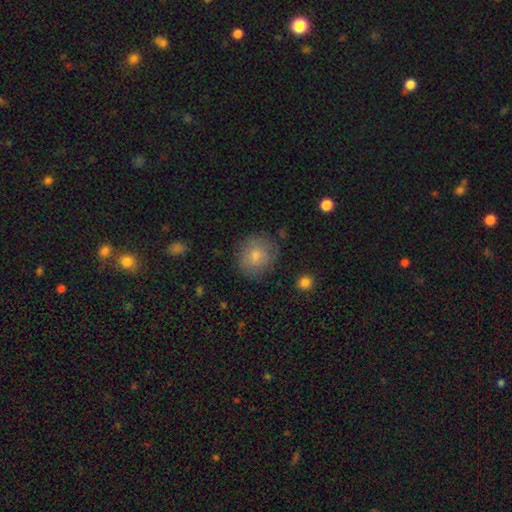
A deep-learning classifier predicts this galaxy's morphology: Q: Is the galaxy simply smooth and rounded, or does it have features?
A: smooth — 77%.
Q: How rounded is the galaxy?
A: round — 83%.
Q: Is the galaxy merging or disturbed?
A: none — 83%.